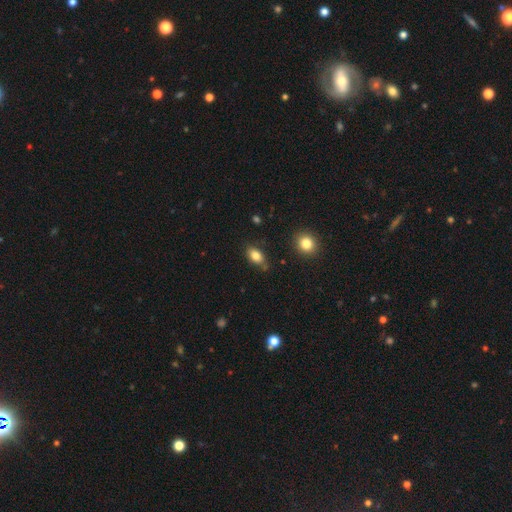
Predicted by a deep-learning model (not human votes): Smooth or featured?
  - smooth: 83% *
  - star or artifact: 9%
  - featured or disk: 8%
How rounded?
  - in between: 87% *
  - round: 11%
  - cigar-shaped: 2%
Merging?
  - none: 77% *
  - minor disturbance: 16%
  - merger: 4%
  - major disturbance: 3%